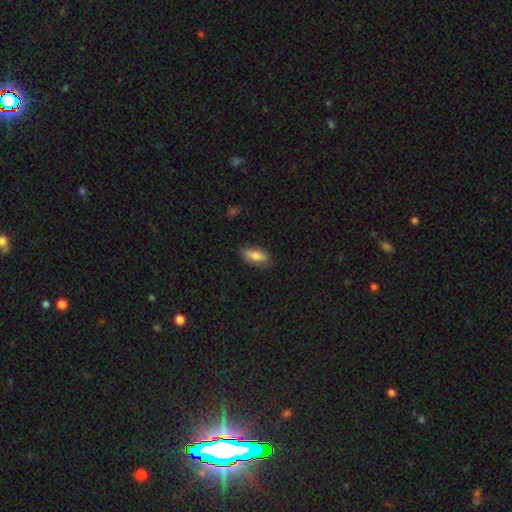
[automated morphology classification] smooth 73%, featured or disk 20%, star or artifact 7%. Down the decision tree: how rounded — in between (76%); merging — none (82%).